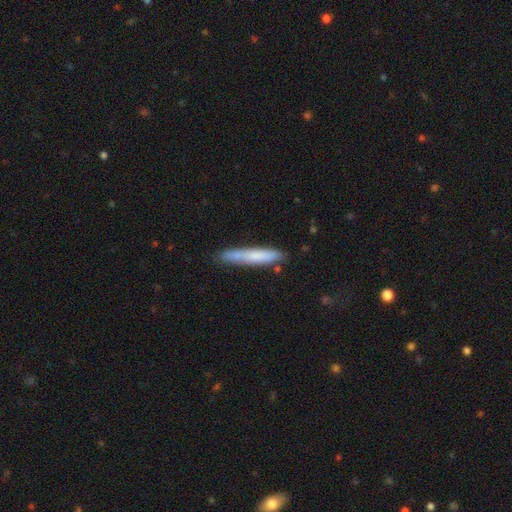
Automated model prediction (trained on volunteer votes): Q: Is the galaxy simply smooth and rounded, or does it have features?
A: smooth — 68%.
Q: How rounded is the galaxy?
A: cigar-shaped — 94%.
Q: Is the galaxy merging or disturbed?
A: none — 77%.